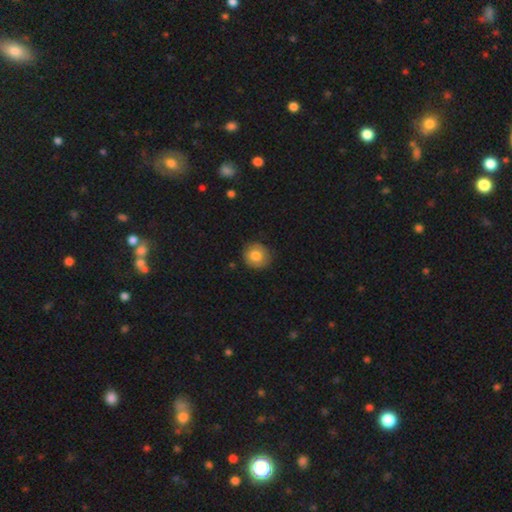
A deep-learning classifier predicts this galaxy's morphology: The model was most divided on "smooth or featured": smooth: 79%, featured or disk: 13%, star or artifact: 8%. More confident: how rounded — round (88%); merging — none (84%).